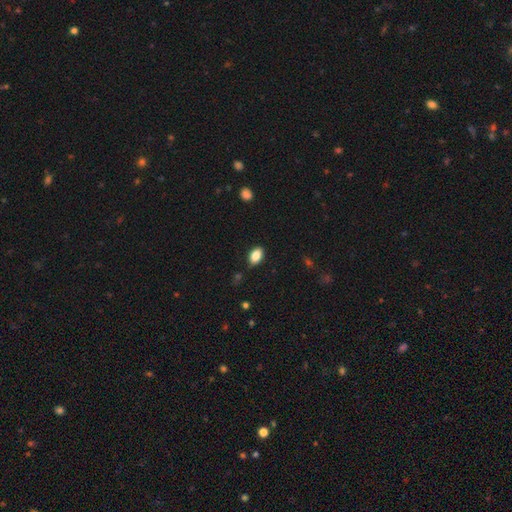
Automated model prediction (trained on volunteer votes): A smooth galaxy with no disk features (85%) that is in between round and cigar-shaped (89%).

Vote fractions:
- Smooth or featured? smooth: 85% / star or artifact: 8% / featured or disk: 7%
- How rounded? in between: 89% / round: 9% / cigar-shaped: 2%
- Merging? none: 85% / minor disturbance: 12% / major disturbance: 2% / merger: 1%